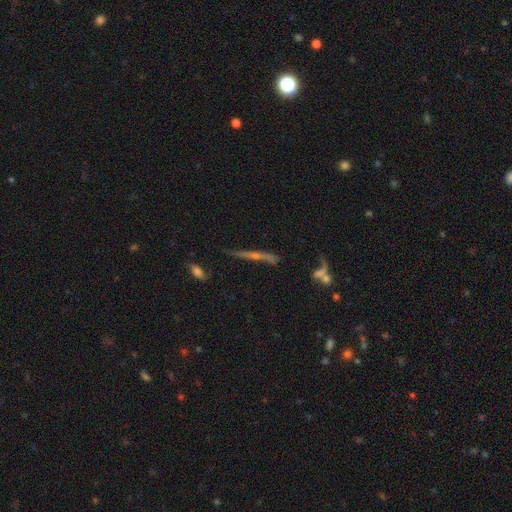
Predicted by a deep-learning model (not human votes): Overall: featured or disk (67%). Edge-on disk: yes (91%). Edge-on bulge: rounded (63%; none 30%). Merging: none (70%).